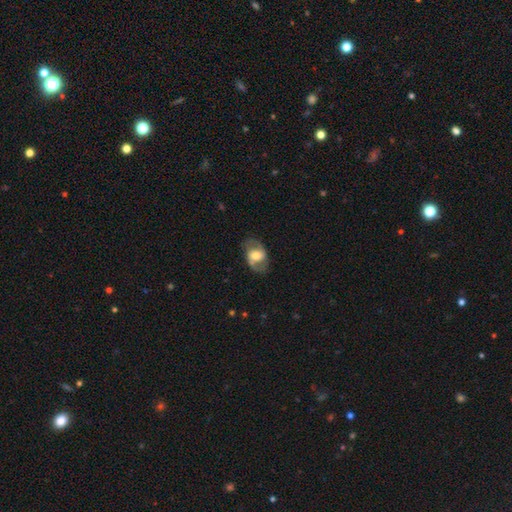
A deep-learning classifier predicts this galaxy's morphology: This is likely a featured or disk galaxy (63%). It is clearly not viewed edge-on (94%). Bar: marginally weak (41%). Spiral arm pattern: likely yes (76%). Central bulge: possibly moderate (54%). Merging: likely none (75%).